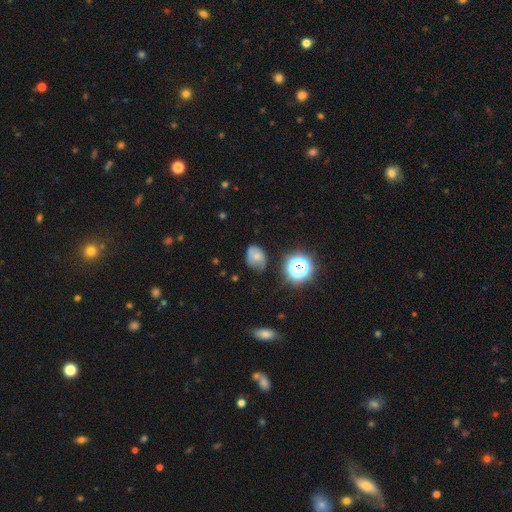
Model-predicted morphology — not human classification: A smooth galaxy with no disk features (55%) that is in between round and cigar-shaped (63%). Merging: none (50%).